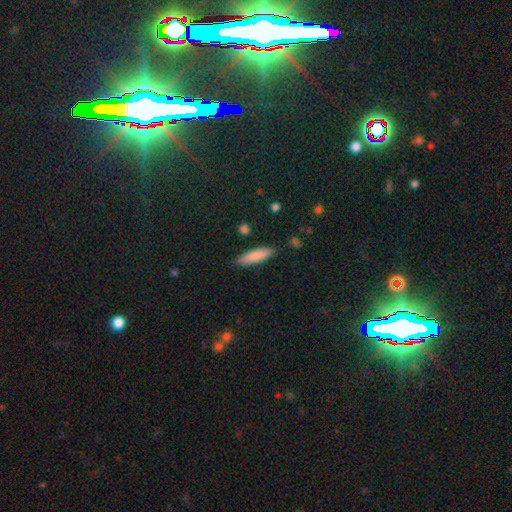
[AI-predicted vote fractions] The model was most divided on "how rounded": cigar-shaped: 70%, in between: 29%, round: 2%. More confident: merging — none (87%); smooth or featured — smooth (85%).